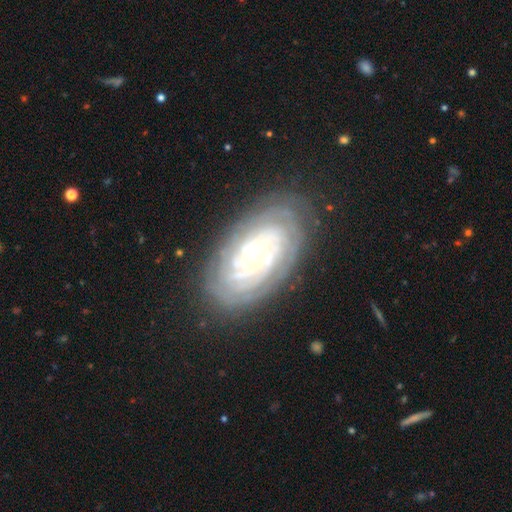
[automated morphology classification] A featured or disk galaxy (82%) with no bar (80%), tight (85%) spiral arms (94%) and a small central bulge (68%). Merging: none (79%).